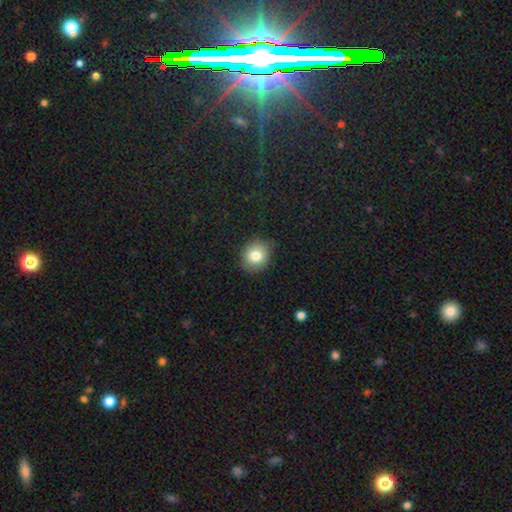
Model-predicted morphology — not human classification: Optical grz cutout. It shows a smooth galaxy with no disk features (81%) that is round (75%). Merging: none (84%).